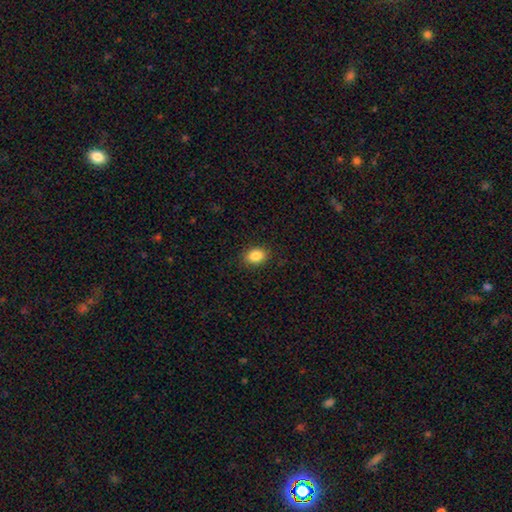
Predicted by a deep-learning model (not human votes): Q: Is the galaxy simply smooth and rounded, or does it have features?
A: smooth — 86%.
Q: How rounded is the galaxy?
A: in between — 70%.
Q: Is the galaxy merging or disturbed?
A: none — 88%.